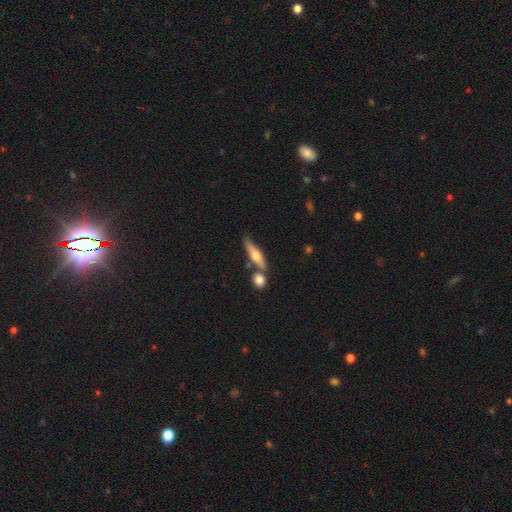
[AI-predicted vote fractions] Smooth or featured?
  - featured or disk: 50% *
  - smooth: 44%
  - star or artifact: 6%
Edge-on disk?
  - yes: 89% *
  - no: 11%
Merging?
  - none: 61% *
  - merger: 21%
  - minor disturbance: 14%
  - major disturbance: 4%